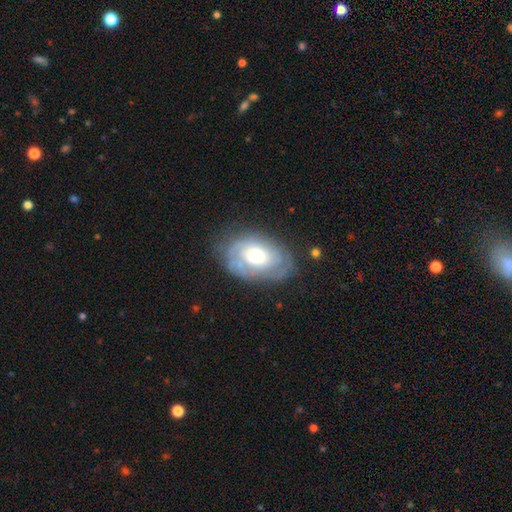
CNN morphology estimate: This appears to be a featured or disk galaxy (62%) with no bar (81%), spiral arms (75%) and a moderate central bulge (45%). Merging: none (64%).